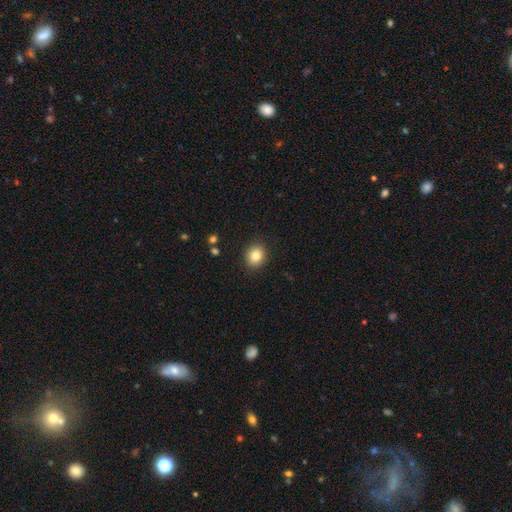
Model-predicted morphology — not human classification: smooth 84%, star or artifact 9%, featured or disk 6%. Down the decision tree: how rounded — round (63%); merging — none (89%).